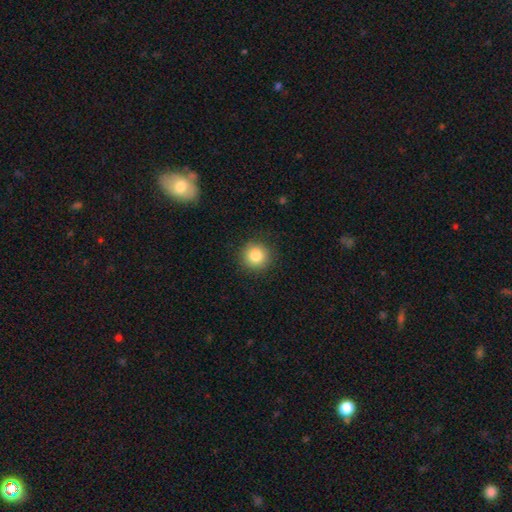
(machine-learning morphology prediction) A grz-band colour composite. It shows a smooth galaxy with no disk features (83%) that is round (93%). Merging: none (90%).